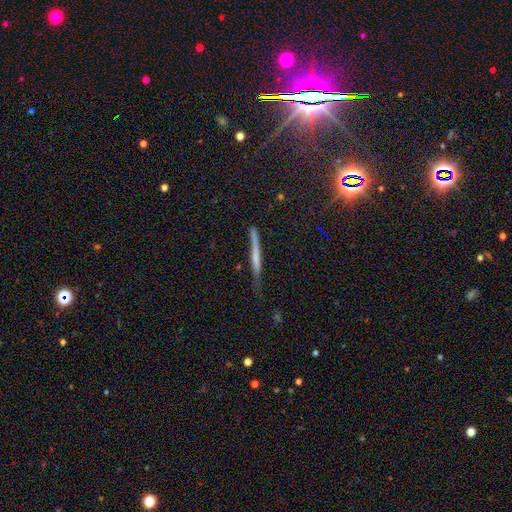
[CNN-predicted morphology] smooth_or_featured: smooth (p=0.50) [alt: featured or disk p=0.40]
how_rounded: cigar-shaped (p=0.95) [alt: in between p=0.03]
merging: none (p=0.67) [alt: minor disturbance p=0.25]